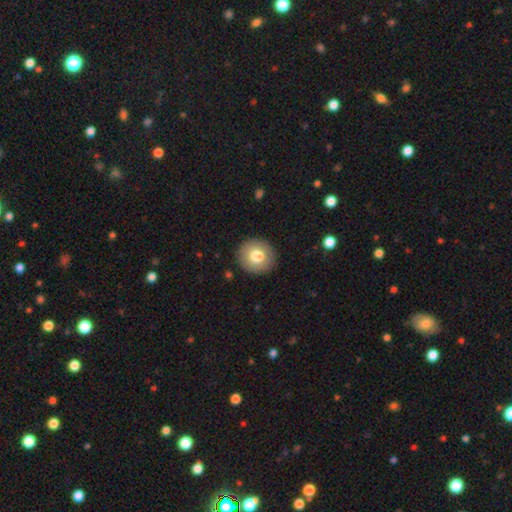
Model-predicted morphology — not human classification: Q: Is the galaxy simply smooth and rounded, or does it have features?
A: smooth — 76%.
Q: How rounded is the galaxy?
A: round — 87%.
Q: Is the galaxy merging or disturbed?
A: none — 90%.